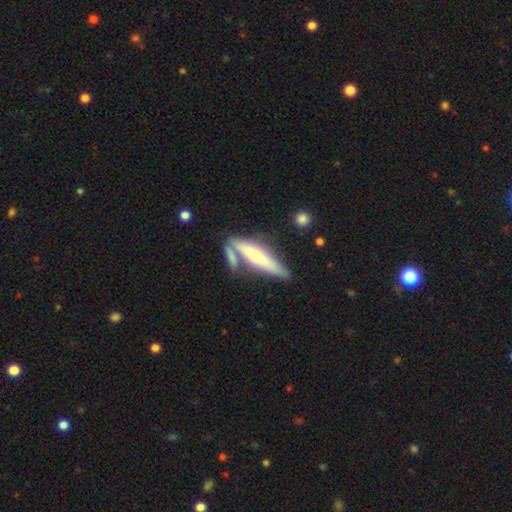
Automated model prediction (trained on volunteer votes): This appears to be a featured or disk galaxy (49%). Merging: none (56%).